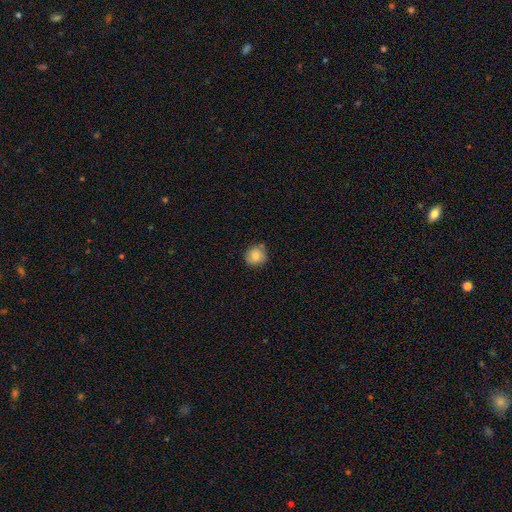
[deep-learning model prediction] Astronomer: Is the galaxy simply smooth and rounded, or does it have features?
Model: smooth — 81%.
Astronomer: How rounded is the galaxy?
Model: round — 89%.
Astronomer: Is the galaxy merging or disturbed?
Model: none — 76%.